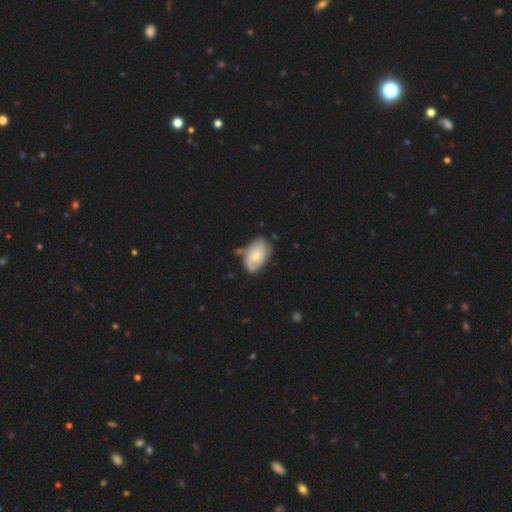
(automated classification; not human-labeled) Smooth or featured?
  - smooth: 50% *
  - featured or disk: 43%
  - star or artifact: 6%
How rounded?
  - in between: 90% *
  - round: 8%
  - cigar-shaped: 1%
Merging?
  - none: 61% *
  - minor disturbance: 27%
  - major disturbance: 7%
  - merger: 5%